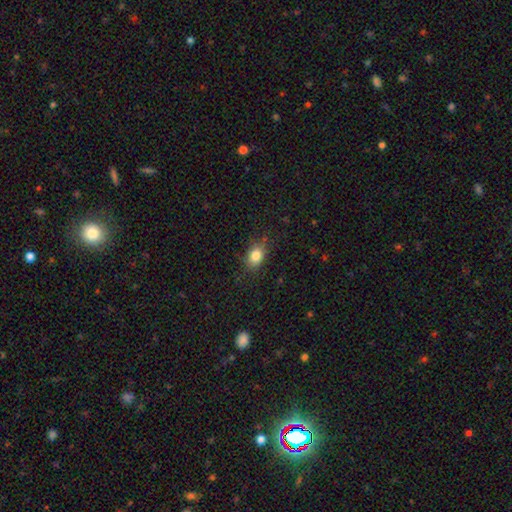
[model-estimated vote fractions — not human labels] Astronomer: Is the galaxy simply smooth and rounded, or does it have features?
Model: smooth — 83%.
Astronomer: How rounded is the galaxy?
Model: in between — 68%.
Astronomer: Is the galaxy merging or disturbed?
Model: none — 79%.